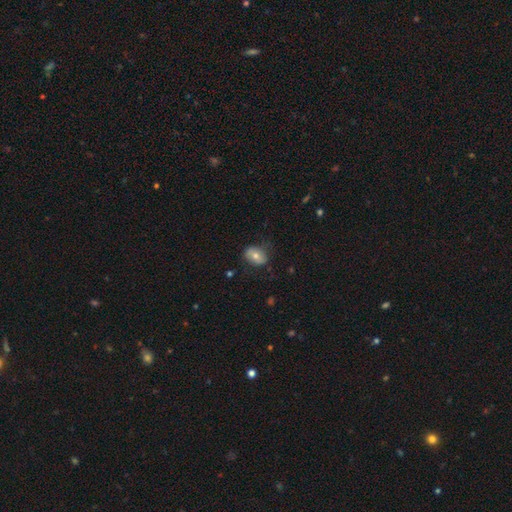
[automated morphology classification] This is likely a smooth galaxy (65%). How rounded: likely in between (71%). Merging: likely none (66%).